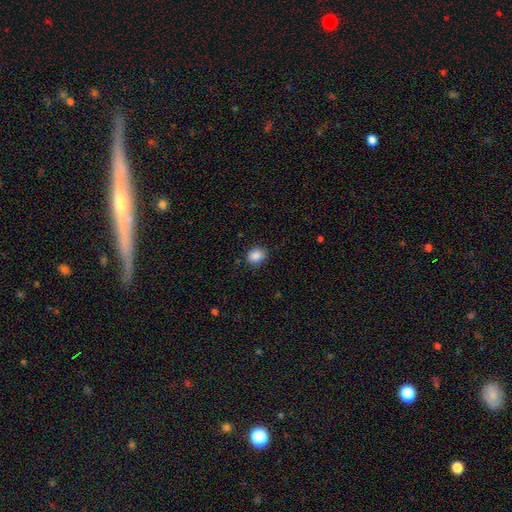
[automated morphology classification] Smooth or featured? smooth (88%)
How rounded? round (51%)
Merging? none (86%)